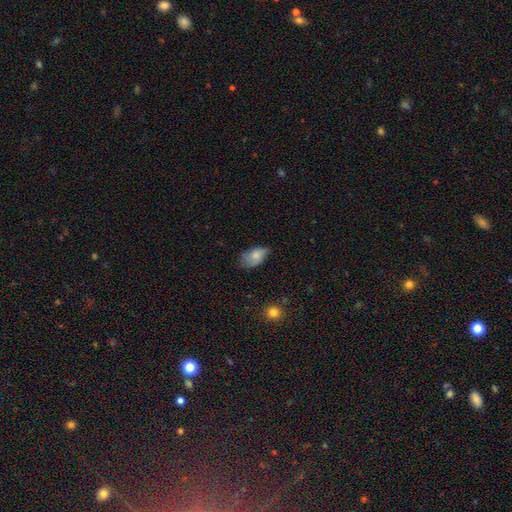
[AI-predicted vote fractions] This is likely a smooth galaxy (75%). How rounded: clearly in between (90%). Merging: possibly none (48%).